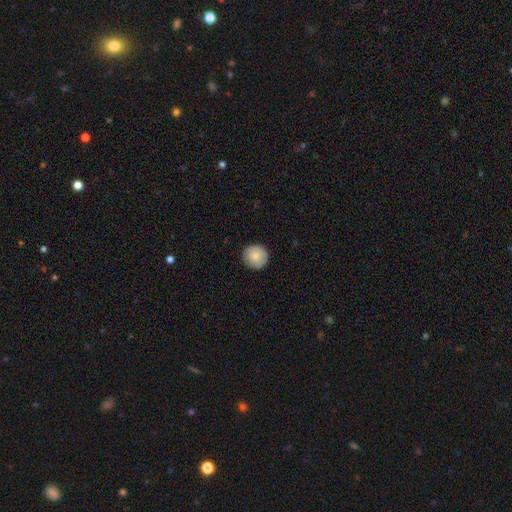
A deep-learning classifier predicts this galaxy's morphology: smooth 82%, featured or disk 11%, star or artifact 7%. Down the decision tree: how rounded — round (94%); merging — none (89%).